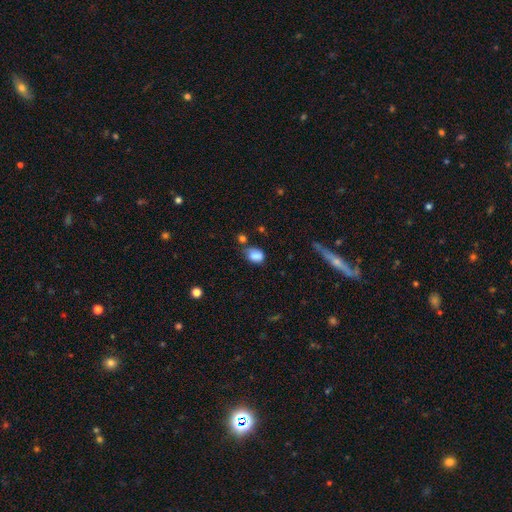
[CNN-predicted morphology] smooth 83%, star or artifact 10%, featured or disk 7%. Down the decision tree: how rounded — in between (74%); merging — none (49%).